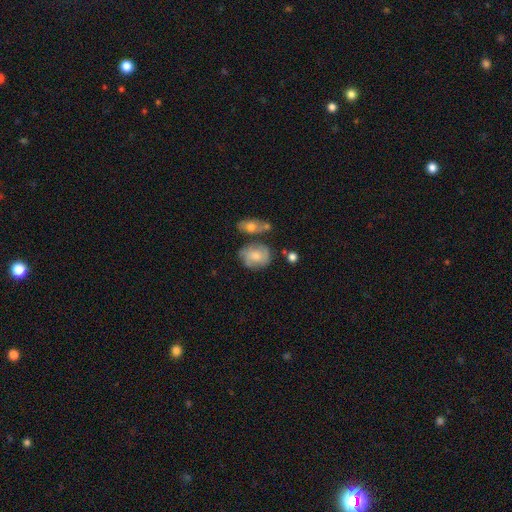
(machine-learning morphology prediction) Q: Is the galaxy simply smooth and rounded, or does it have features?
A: smooth — 51%.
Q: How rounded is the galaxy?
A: round — 54%.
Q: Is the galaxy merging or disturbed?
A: none — 54%.